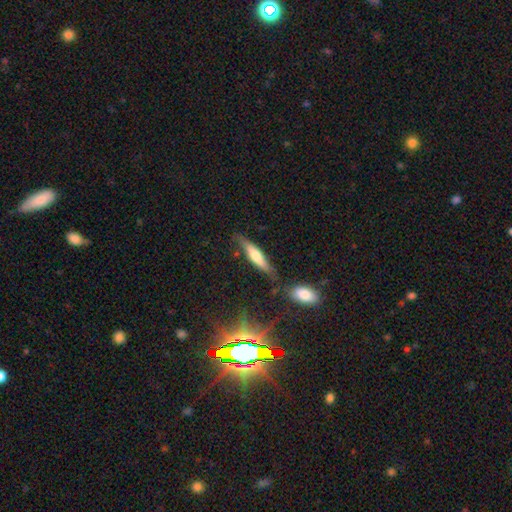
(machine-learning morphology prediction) Smooth or featured: smooth — 57% (featured or disk — 36%)
How rounded: cigar-shaped — 80% (in between — 18%)
Merging: none — 69% (minor disturbance — 20%)